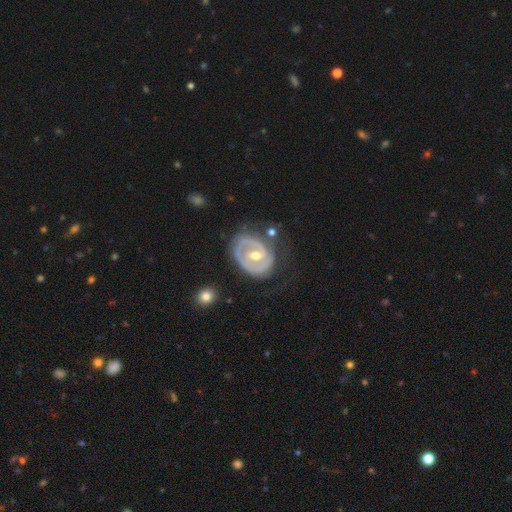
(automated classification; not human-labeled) Smooth or featured? featured or disk (77%)
Edge-on disk? no (96%)
Bar? weak (40%)
Spiral arms? yes (57%)
Bulge size? moderate (69%)
Merging? none (57%)